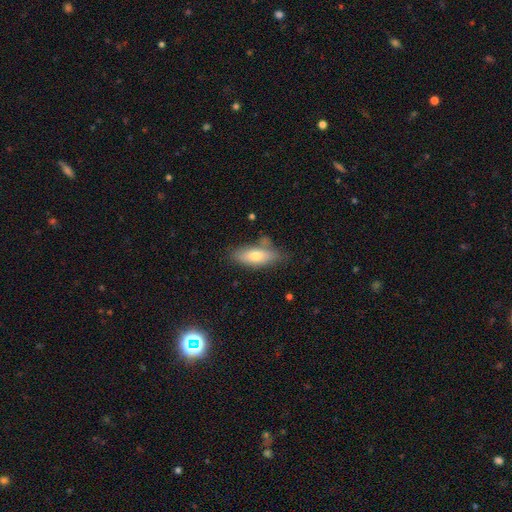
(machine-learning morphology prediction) This appears to be a smooth galaxy with no disk features (66%) that is in between round and cigar-shaped (66%). Merging: none (70%).